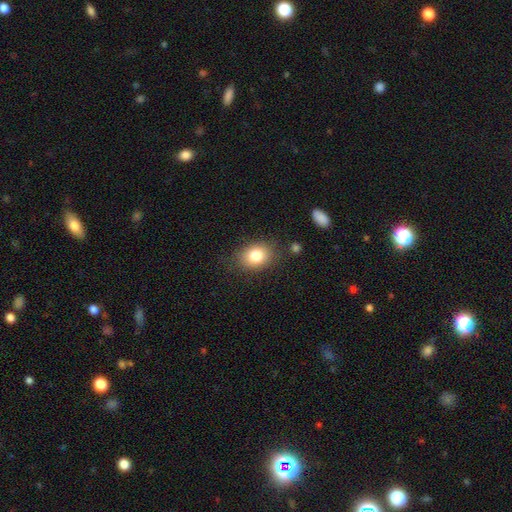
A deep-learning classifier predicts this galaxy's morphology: smooth_or_featured: smooth (p=0.81) [alt: star or artifact p=0.10]
how_rounded: in between (p=0.53) [alt: round p=0.46]
merging: none (p=0.80) [alt: minor disturbance p=0.14]